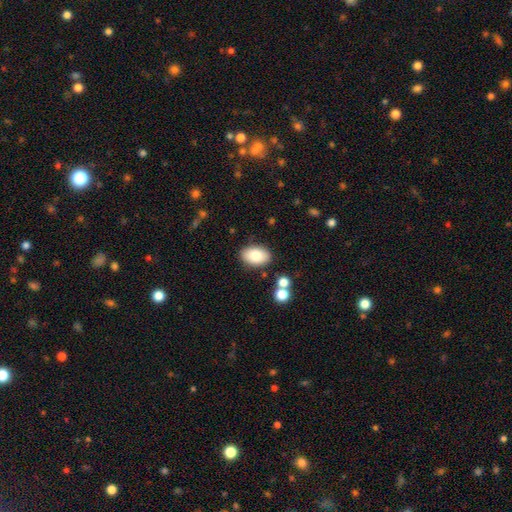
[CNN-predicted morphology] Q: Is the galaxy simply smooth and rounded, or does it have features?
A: smooth — 83%.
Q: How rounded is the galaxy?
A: in between — 90%.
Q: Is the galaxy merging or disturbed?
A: none — 84%.